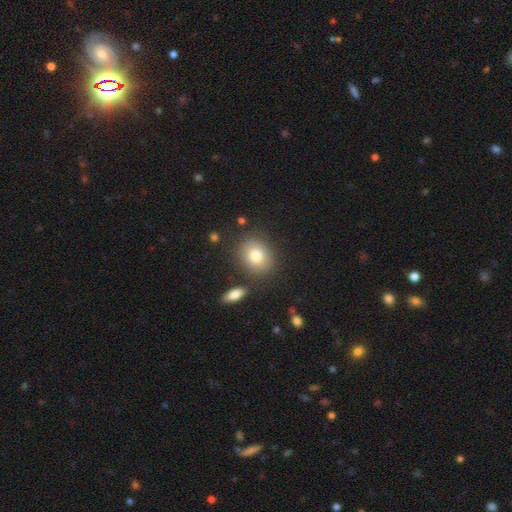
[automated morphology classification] This is likely a smooth galaxy (78%). How rounded: possibly round (54%). Merging: likely none (80%).